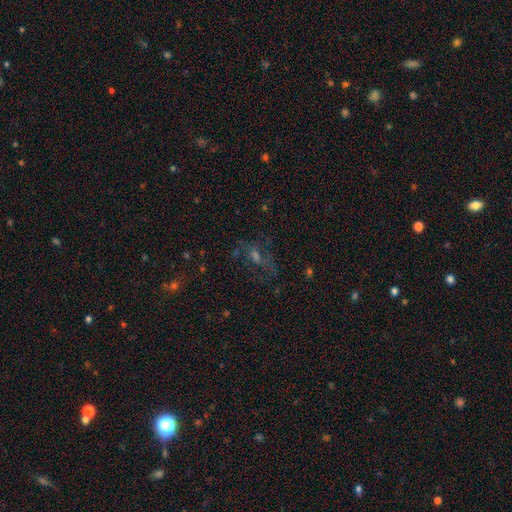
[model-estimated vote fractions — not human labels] A featured or disk galaxy (39%).

Vote fractions:
- Smooth or featured? featured or disk: 39% / star or artifact: 37% / smooth: 24%
- Merging? none: 58% / major disturbance: 21% / minor disturbance: 17% / merger: 4%